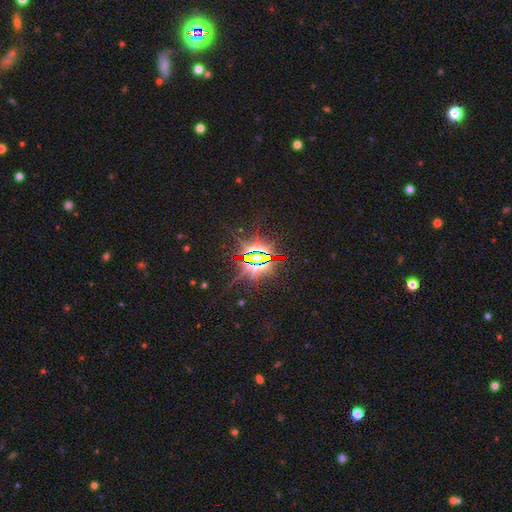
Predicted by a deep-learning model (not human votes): star or artifact 83%, featured or disk 10%, smooth 7%.